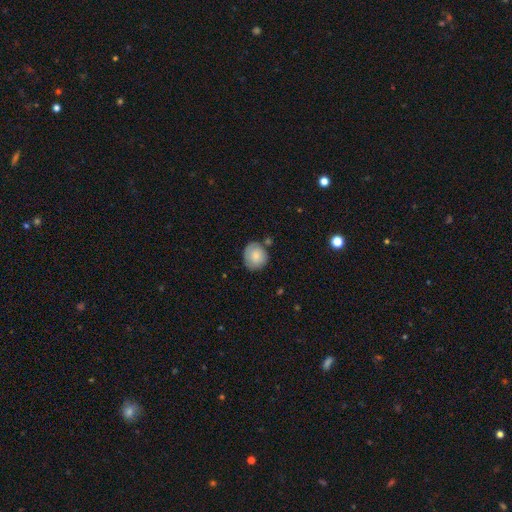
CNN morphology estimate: This is likely a smooth galaxy (80%). How rounded: likely round (79%). Merging: likely none (72%).